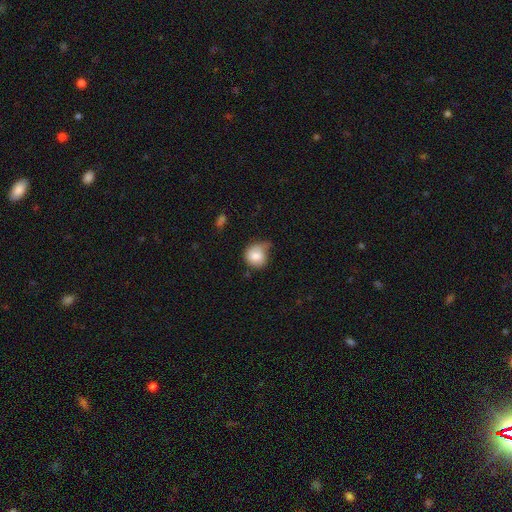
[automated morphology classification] Q: Smooth or featured?
A: smooth (78%); runner-up: featured or disk (14%)
Q: How rounded?
A: round (77%); runner-up: in between (22%)
Q: Merging?
A: minor disturbance (38%); runner-up: none (37%)